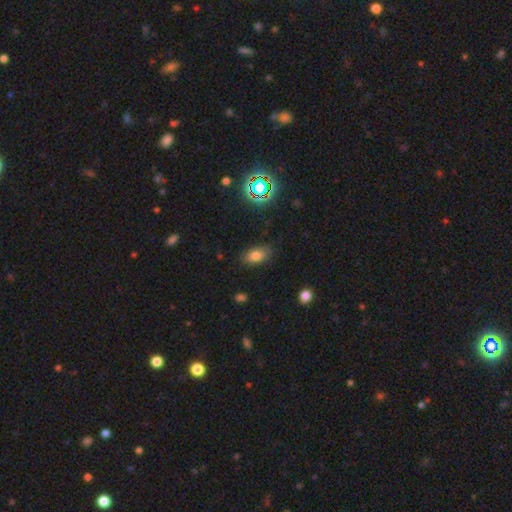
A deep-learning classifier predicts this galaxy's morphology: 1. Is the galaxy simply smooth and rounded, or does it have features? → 76% smooth, 15% star or artifact, 10% featured or disk.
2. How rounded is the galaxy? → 89% in between, 8% round, 3% cigar-shaped.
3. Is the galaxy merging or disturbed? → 83% none, 13% minor disturbance, 3% major disturbance, 1% merger.